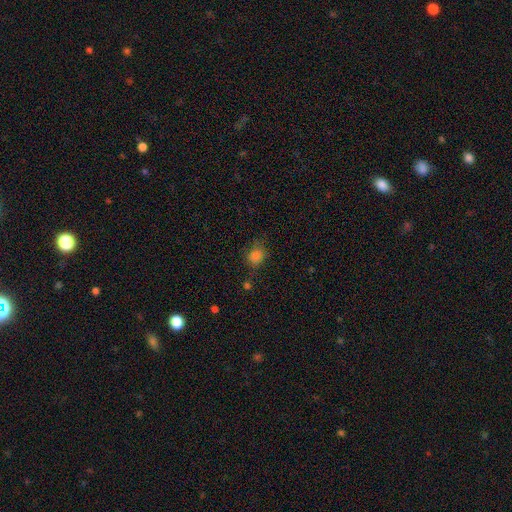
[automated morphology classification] smooth-or-featured: smooth: 80% | star or artifact: 14% | featured or disk: 5%
  how-rounded: round: 74% | in between: 25% | cigar-shaped: 1%
  merging: none: 71% | minor disturbance: 19% | major disturbance: 6% | merger: 4%